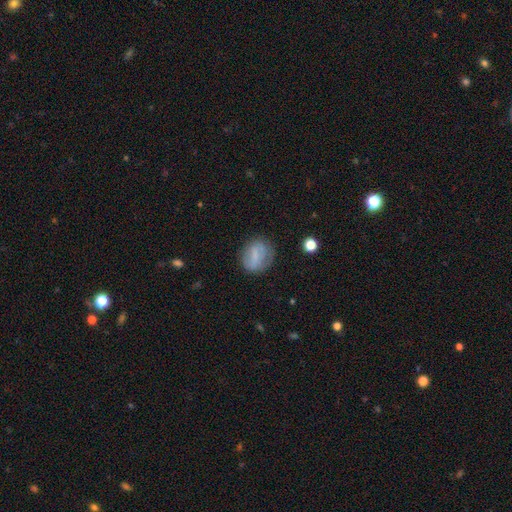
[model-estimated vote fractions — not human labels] Q: Smooth or featured?
A: smooth (62%); runner-up: featured or disk (29%)
Q: How rounded?
A: round (50%); runner-up: in between (48%)
Q: Merging?
A: none (72%); runner-up: minor disturbance (18%)